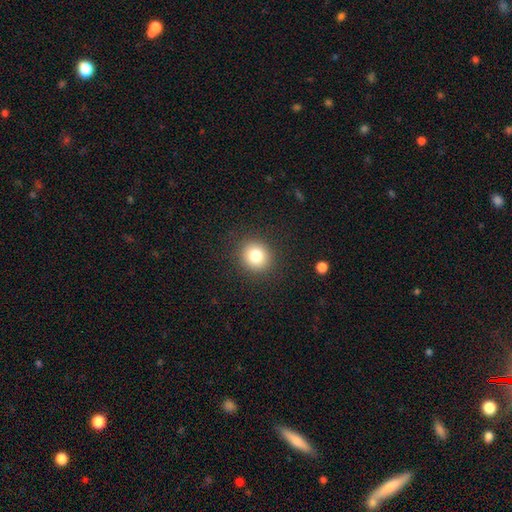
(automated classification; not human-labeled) smooth_or_featured: smooth (p=0.79) [alt: star or artifact p=0.12]
how_rounded: round (p=0.88) [alt: in between p=0.11]
merging: none (p=0.90) [alt: minor disturbance p=0.06]